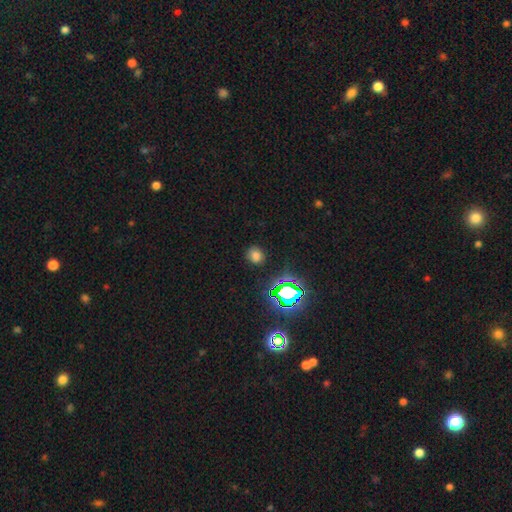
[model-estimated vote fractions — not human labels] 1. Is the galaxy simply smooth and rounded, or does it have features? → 68% smooth, 25% star or artifact, 7% featured or disk.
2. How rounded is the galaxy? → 73% round, 26% in between, 1% cigar-shaped.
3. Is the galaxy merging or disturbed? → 86% none, 9% minor disturbance, 3% major disturbance, 2% merger.